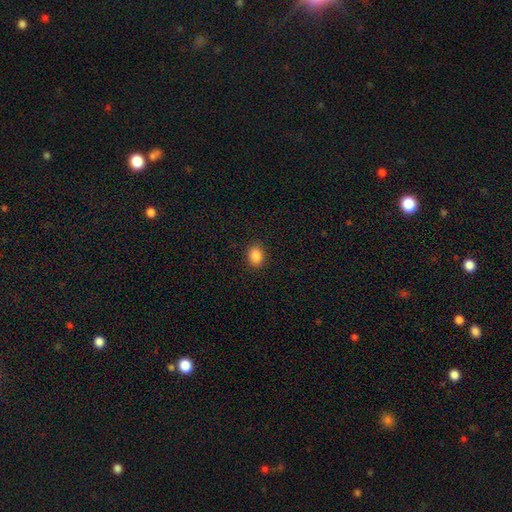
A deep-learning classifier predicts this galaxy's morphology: smooth-or-featured: smooth: 86% | star or artifact: 10% | featured or disk: 4%
  how-rounded: in between: 58% | round: 41% | cigar-shaped: 1%
  merging: none: 90% | minor disturbance: 7% | major disturbance: 2% | merger: 1%